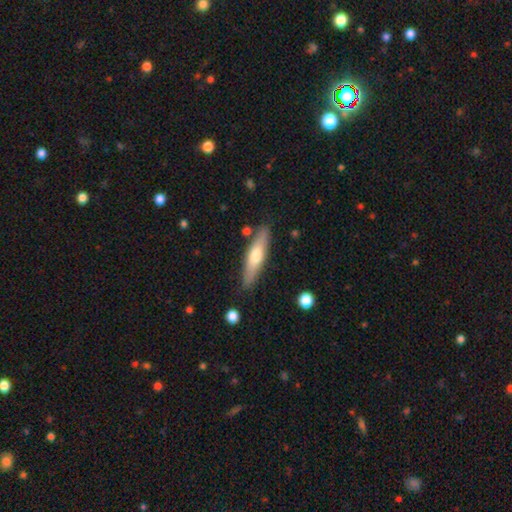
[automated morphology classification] This appears to be a smooth galaxy with no disk features (52%) that is cigar-shaped (76%). Merging: none (85%).